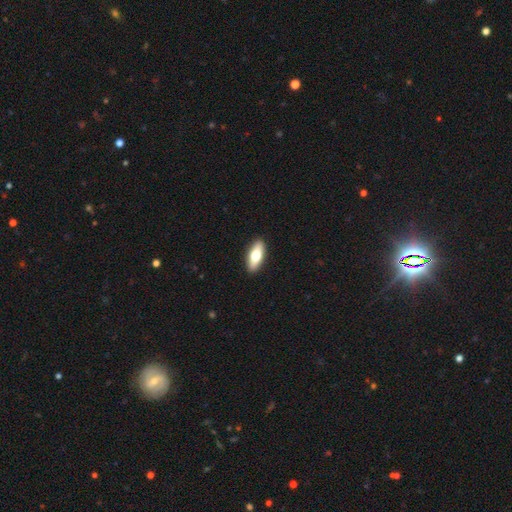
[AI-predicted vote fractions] Morphology: type=smooth (66%); roundness=in between (73%); merging=none (91%).